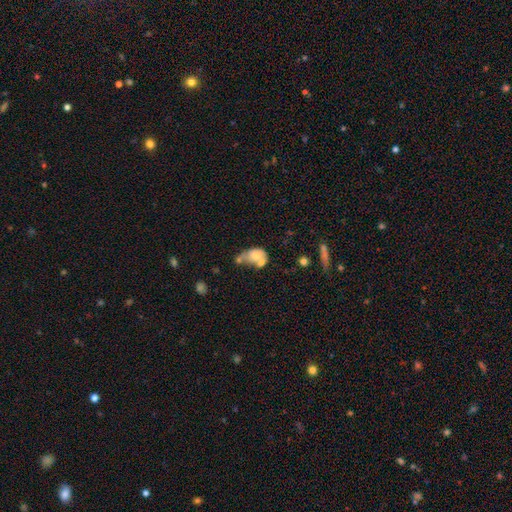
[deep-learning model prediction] Smooth or featured?
  - smooth: 64% *
  - featured or disk: 26%
  - star or artifact: 9%
How rounded?
  - in between: 72% *
  - round: 26%
  - cigar-shaped: 2%
Merging?
  - merger: 45% *
  - major disturbance: 19%
  - minor disturbance: 18%
  - none: 18%